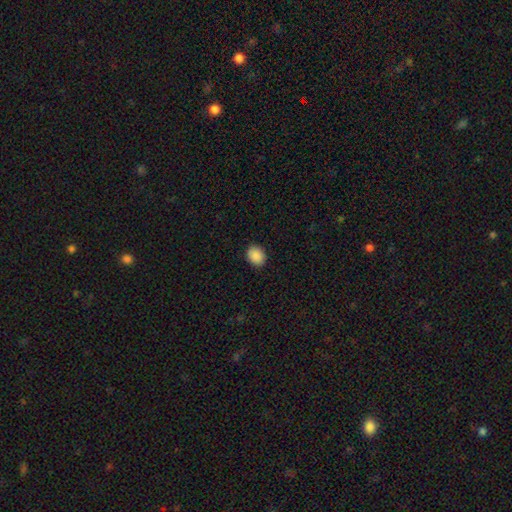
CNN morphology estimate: type=smooth (89%); roundness=in between (51%); merging=none (90%).